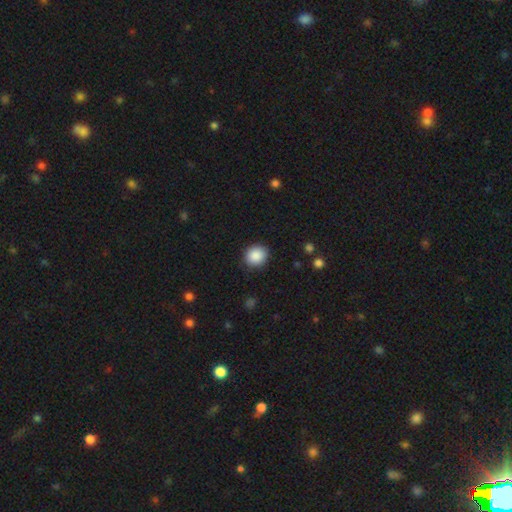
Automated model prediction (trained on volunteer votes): smooth_or_featured: smooth (p=0.88) [alt: star or artifact p=0.08]
how_rounded: round (p=0.79) [alt: in between p=0.20]
merging: none (p=0.88) [alt: minor disturbance p=0.08]